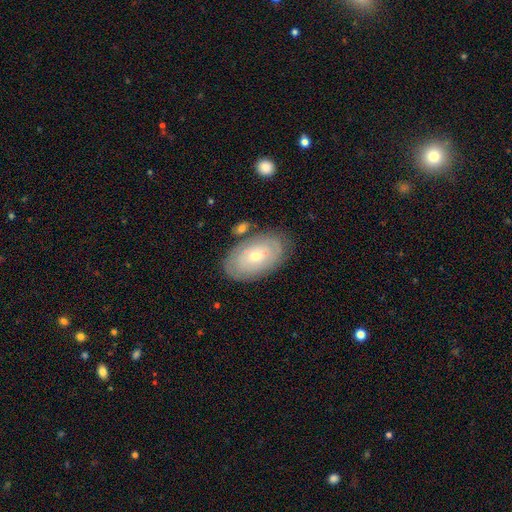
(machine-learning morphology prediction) type=featured or disk (55%); edge-on=no (93%); bar=no (80%); spiral arms=yes (65%); bulge=small (55%); merging=none (78%).